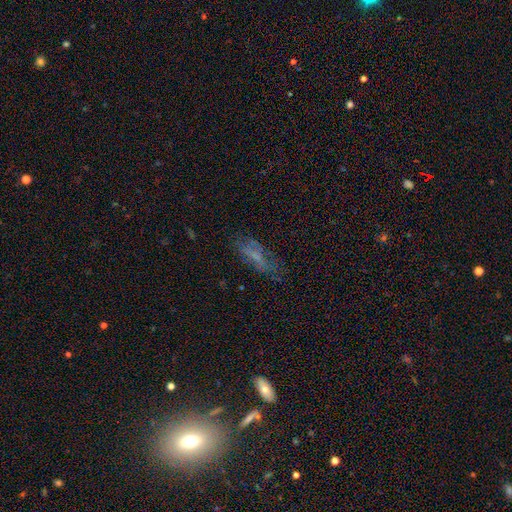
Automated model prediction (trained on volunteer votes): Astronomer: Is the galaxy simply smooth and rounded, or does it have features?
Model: smooth — 45% (runner-up: featured or disk, 36%).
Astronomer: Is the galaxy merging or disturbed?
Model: none — 60%.